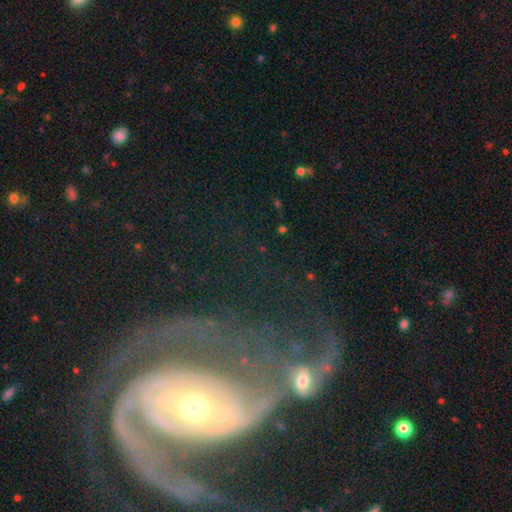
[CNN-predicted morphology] This is likely a featured or disk galaxy (76%). It is clearly not viewed edge-on (94%). Bar: marginally weak (35%, tied with no). Spiral arm pattern: clearly yes (87%). Spiral arm count: possibly 2 (45%). Spiral winding: marginally tight (44%). Central bulge: possibly small (57%). Merging: marginally none (43%).